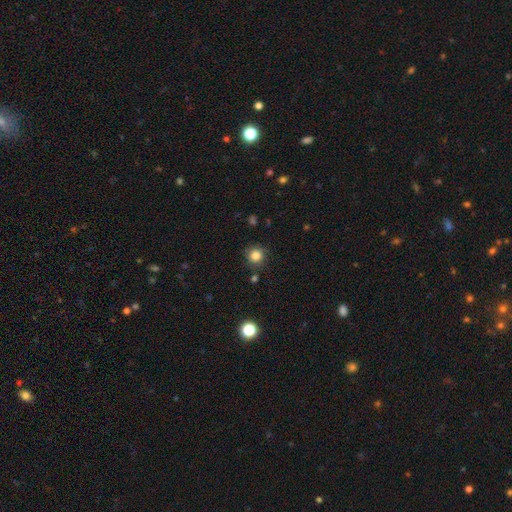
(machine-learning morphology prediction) Smooth or featured?
  - smooth: 82% *
  - star or artifact: 12%
  - featured or disk: 5%
How rounded?
  - round: 93% *
  - in between: 6%
  - cigar-shaped: 1%
Merging?
  - none: 85% *
  - minor disturbance: 9%
  - merger: 3%
  - major disturbance: 3%